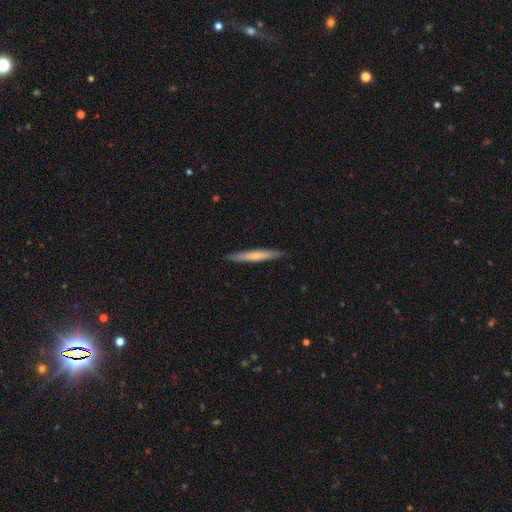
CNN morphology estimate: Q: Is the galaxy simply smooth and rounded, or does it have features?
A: smooth — 57%.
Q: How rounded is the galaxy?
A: cigar-shaped — 94%.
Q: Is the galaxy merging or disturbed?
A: none — 89%.